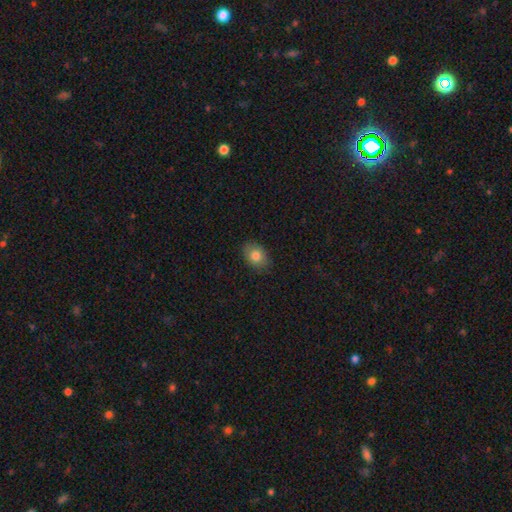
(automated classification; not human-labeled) Smooth or featured? Predicted: smooth (p=0.81). How rounded? Predicted: in between (p=0.78). Merging? Predicted: none (p=0.85).